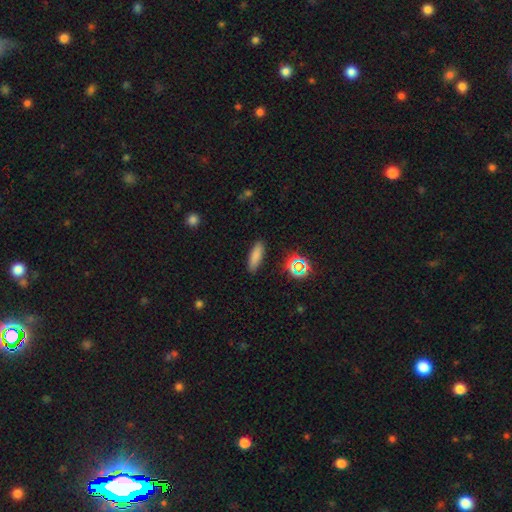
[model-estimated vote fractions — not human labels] Morphology: type=smooth (80%); roundness=in between (49%); merging=none (88%).